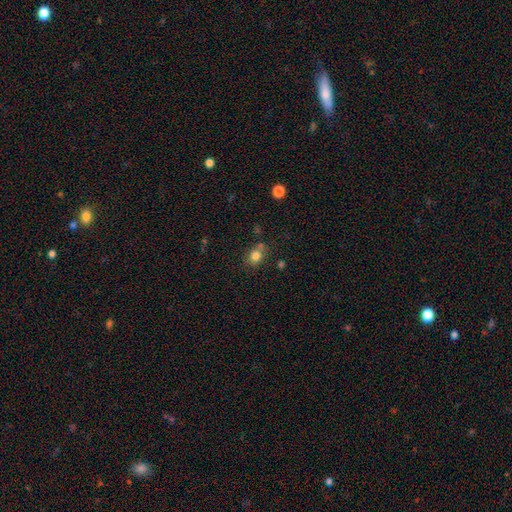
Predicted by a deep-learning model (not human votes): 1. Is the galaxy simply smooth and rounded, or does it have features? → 80% smooth, 12% star or artifact, 8% featured or disk.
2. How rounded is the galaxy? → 55% round, 44% in between, 1% cigar-shaped.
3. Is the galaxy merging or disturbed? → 63% none, 17% minor disturbance, 15% merger, 5% major disturbance.